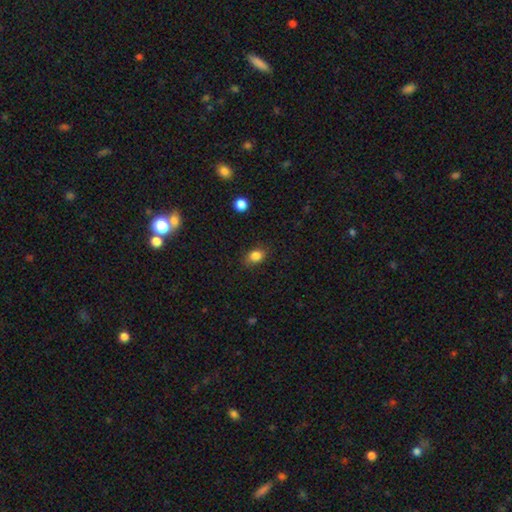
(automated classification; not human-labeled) This appears to be a smooth galaxy with no disk features (84%) that is in between round and cigar-shaped (64%). Merging: none (81%).